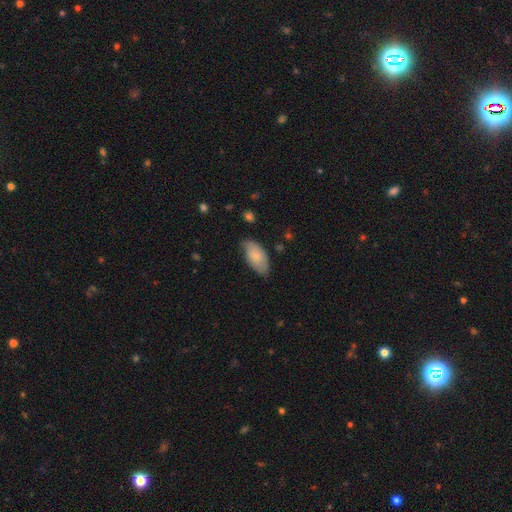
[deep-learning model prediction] Smooth or featured: smooth — 70% (featured or disk — 24%)
How rounded: in between — 93% (cigar-shaped — 5%)
Merging: none — 65% (minor disturbance — 28%)